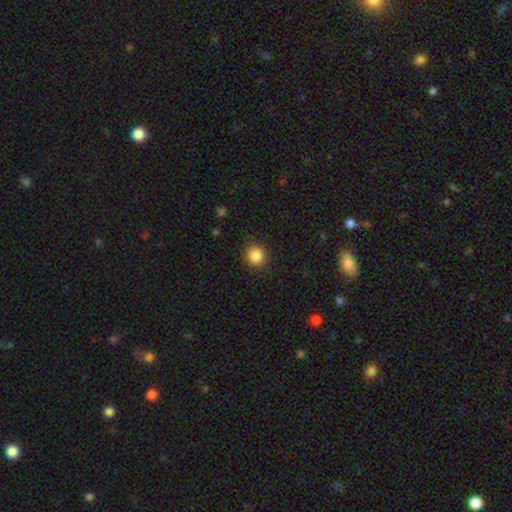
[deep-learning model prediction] Smooth or featured?
  - smooth: 85% *
  - star or artifact: 10%
  - featured or disk: 4%
How rounded?
  - round: 87% *
  - in between: 12%
  - cigar-shaped: 1%
Merging?
  - none: 89% *
  - minor disturbance: 8%
  - major disturbance: 2%
  - merger: 1%